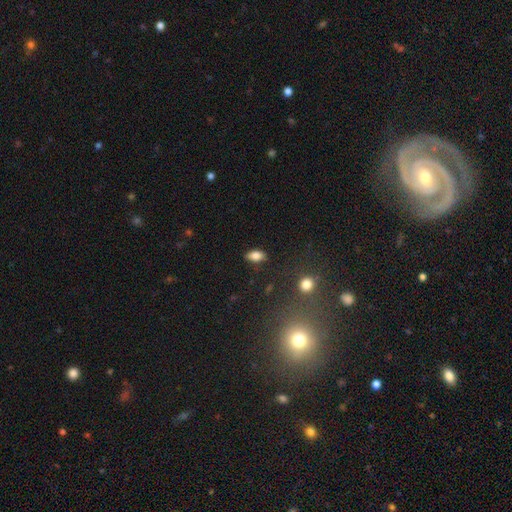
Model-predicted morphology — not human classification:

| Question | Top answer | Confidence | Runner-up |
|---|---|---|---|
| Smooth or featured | smooth | 80% | featured or disk (11%) |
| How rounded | in between | 89% | round (6%) |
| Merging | none | 85% | minor disturbance (11%) |